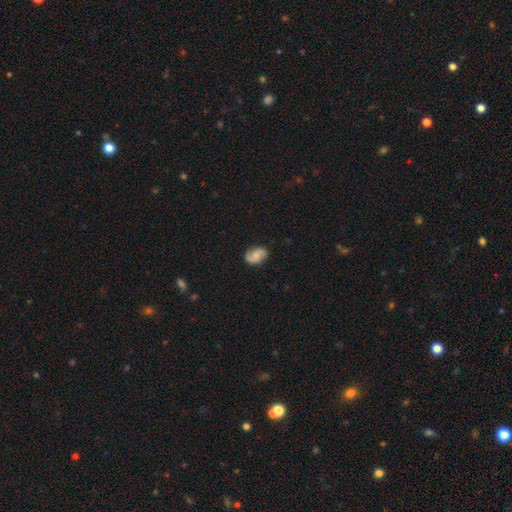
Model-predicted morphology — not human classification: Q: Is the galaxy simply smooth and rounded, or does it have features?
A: featured or disk — 50%.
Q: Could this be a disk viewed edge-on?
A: no — 97%.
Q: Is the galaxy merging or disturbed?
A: none — 81%.